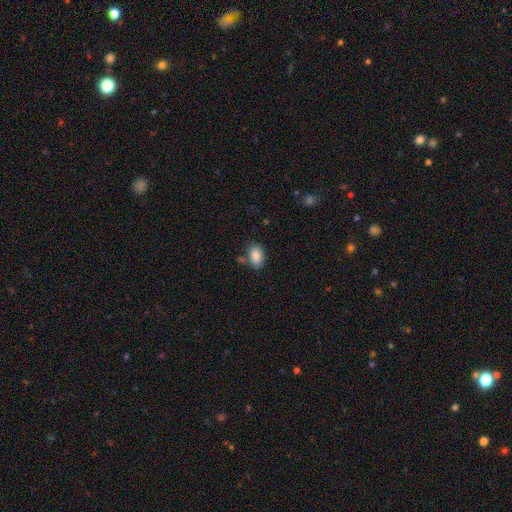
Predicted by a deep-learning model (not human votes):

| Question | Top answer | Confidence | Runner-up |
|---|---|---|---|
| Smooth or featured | smooth | 85% | star or artifact (8%) |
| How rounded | in between | 88% | round (11%) |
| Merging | none | 67% | minor disturbance (19%) |